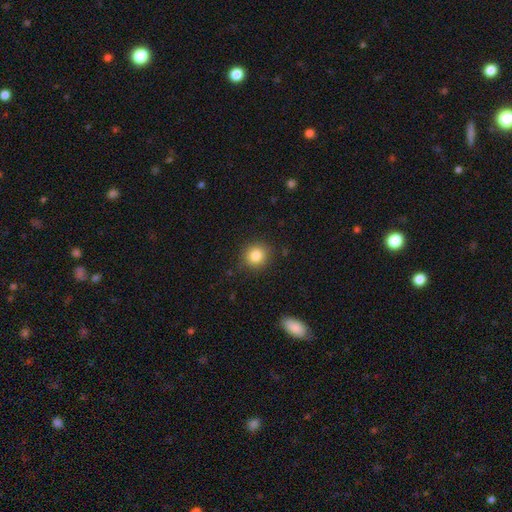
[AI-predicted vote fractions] Morphology: type=smooth (84%); roundness=round (89%); merging=none (89%).